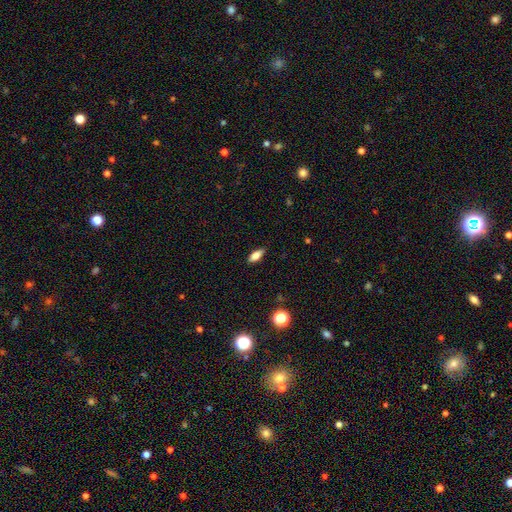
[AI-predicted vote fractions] A smooth galaxy with no disk features (75%) that is in between round and cigar-shaped (76%). Merging: none (86%).